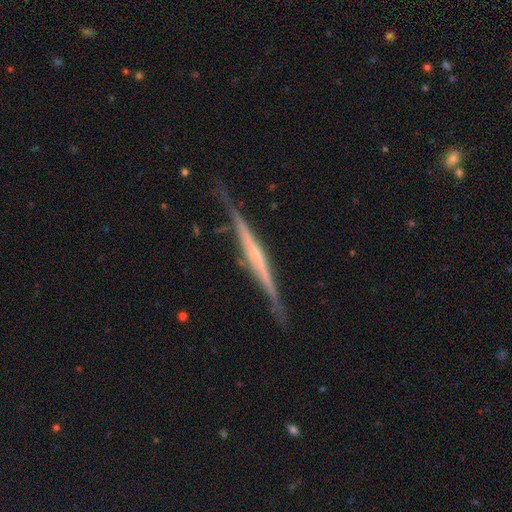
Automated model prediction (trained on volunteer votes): The model was most divided on "edge-on bulge": none: 54%, rounded: 32%, boxy: 14%. More confident: edge-on disk — yes (97%); merging — none (80%); smooth or featured — featured or disk (78%).